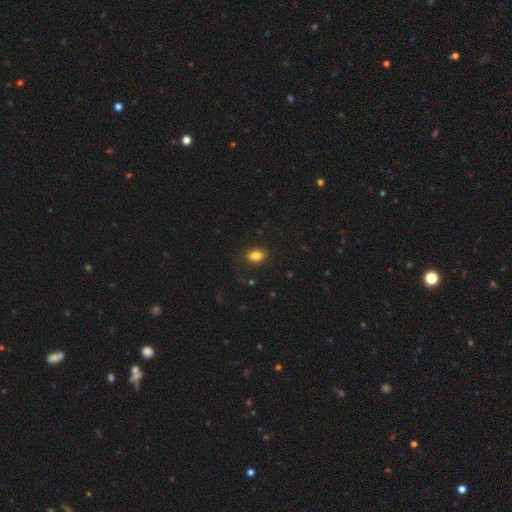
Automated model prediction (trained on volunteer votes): Smooth or featured?
  - smooth: 85% *
  - star or artifact: 10%
  - featured or disk: 5%
How rounded?
  - in between: 80% *
  - round: 18%
  - cigar-shaped: 1%
Merging?
  - none: 85% *
  - minor disturbance: 10%
  - major disturbance: 3%
  - merger: 1%